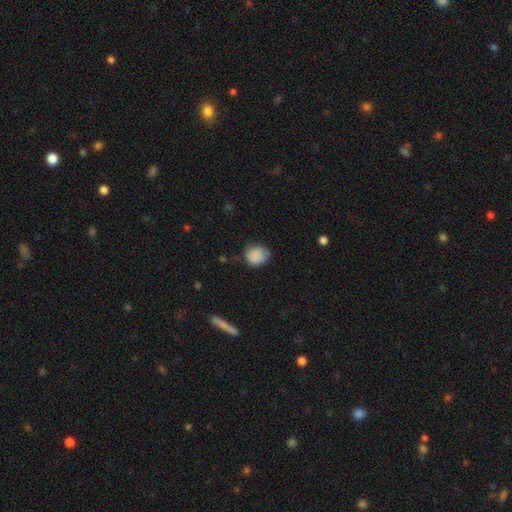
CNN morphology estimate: The model was most divided on "merging": none: 58%, minor disturbance: 32%, major disturbance: 9%, merger: 2%. More confident: smooth or featured — smooth (81%); how rounded — round (66%).